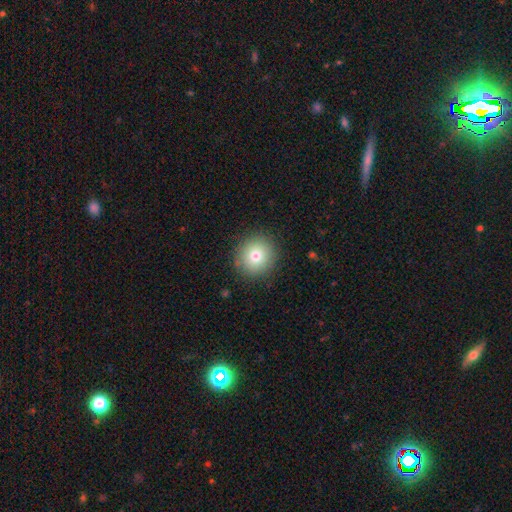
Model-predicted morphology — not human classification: A smooth galaxy with no disk features (77%) that is round (90%). Merging: none (89%).